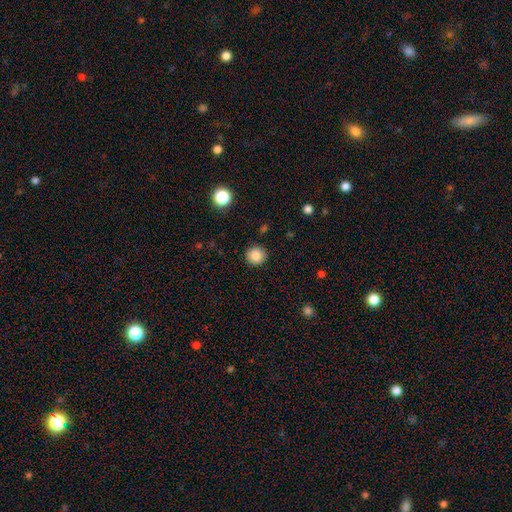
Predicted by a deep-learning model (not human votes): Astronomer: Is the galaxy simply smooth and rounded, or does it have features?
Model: smooth — 86%.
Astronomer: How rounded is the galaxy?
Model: round — 94%.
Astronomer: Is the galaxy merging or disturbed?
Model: none — 91%.